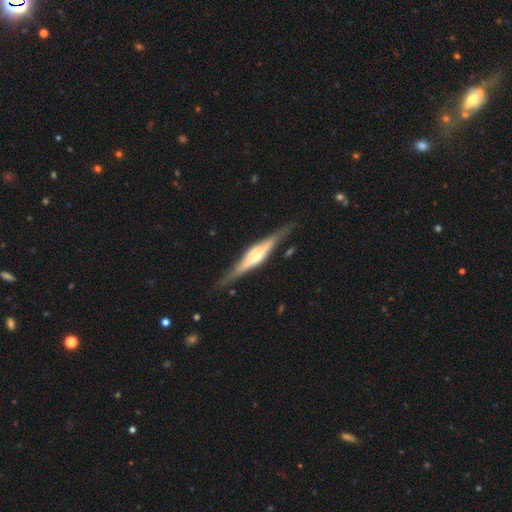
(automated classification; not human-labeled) A featured or disk galaxy (78%) viewed edge-on (97%) with a rounded central bulge (68%). Merging: none (85%).